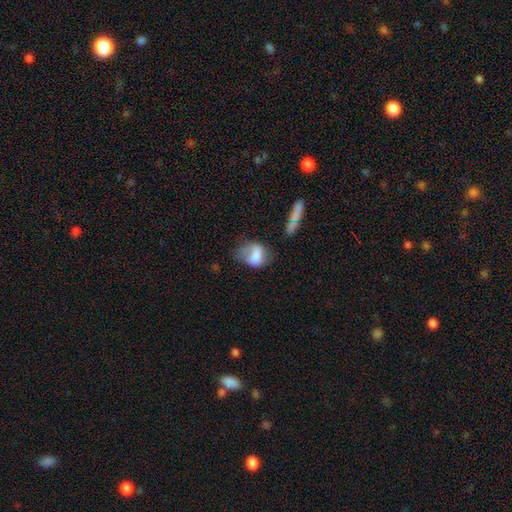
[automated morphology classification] Q: Smooth or featured?
A: smooth (69%); runner-up: featured or disk (22%)
Q: How rounded?
A: in between (72%); runner-up: round (26%)
Q: Merging?
A: none (35%); runner-up: minor disturbance (33%)